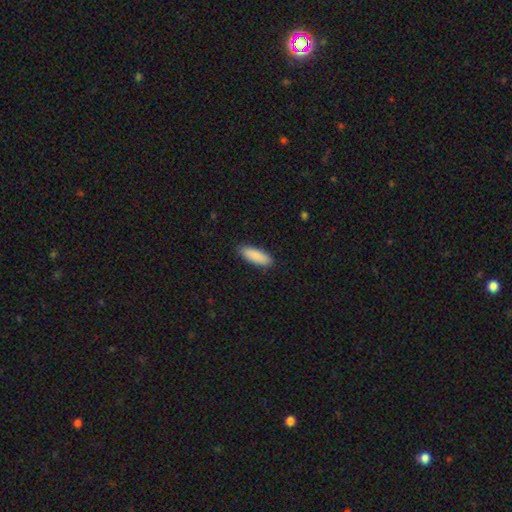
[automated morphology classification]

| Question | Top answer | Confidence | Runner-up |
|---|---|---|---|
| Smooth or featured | smooth | 90% | star or artifact (6%) |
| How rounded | in between | 61% | cigar-shaped (37%) |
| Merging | none | 89% | minor disturbance (9%) |